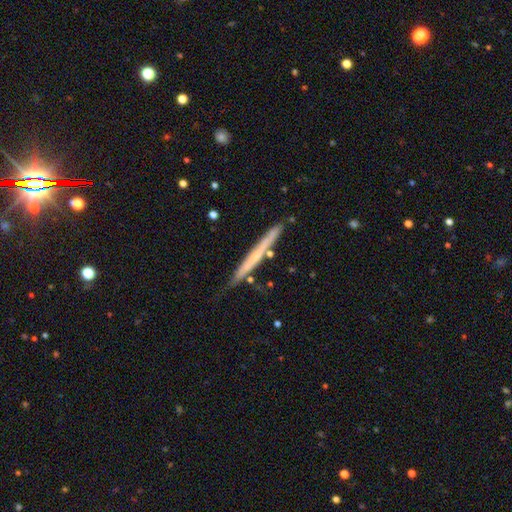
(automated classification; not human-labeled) Smooth or featured: featured or disk — 58% (smooth — 36%)
Edge-on disk: yes — 96% (no — 4%)
Edge-on bulge: none — 69% (rounded — 27%)
Merging: none — 81% (minor disturbance — 14%)